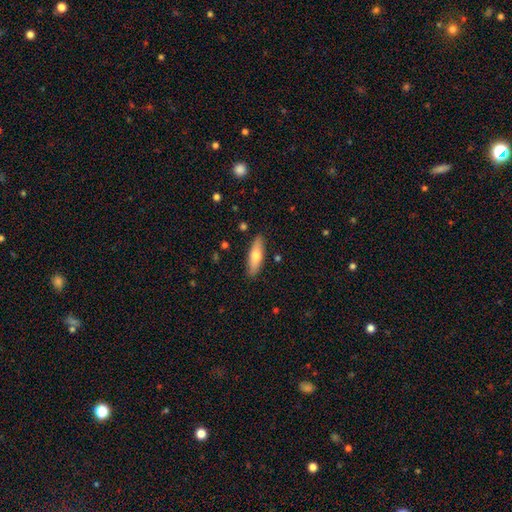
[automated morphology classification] A smooth galaxy with no disk features (66%) that is cigar-shaped (55%).

Vote fractions:
- Smooth or featured? smooth: 66% / featured or disk: 28% / star or artifact: 6%
- How rounded? cigar-shaped: 55% / in between: 43% / round: 2%
- Merging? none: 87% / minor disturbance: 9% / major disturbance: 2% / merger: 1%